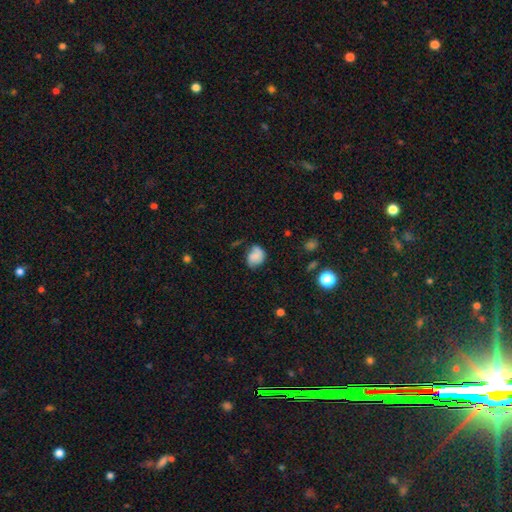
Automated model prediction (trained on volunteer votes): This appears to be a smooth galaxy with no disk features (65%) that is in between round and cigar-shaped (51%). Merging: none (52%).